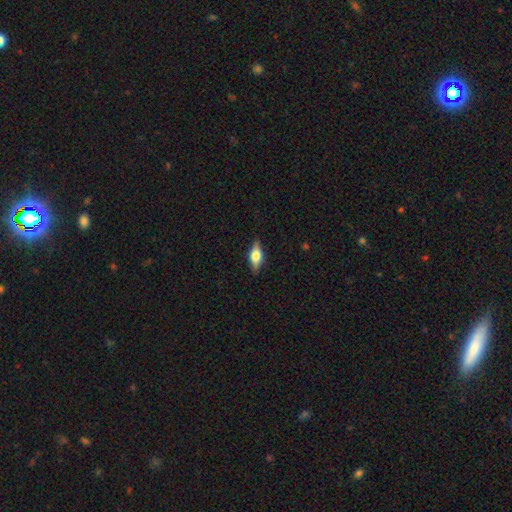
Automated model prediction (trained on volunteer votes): Smooth or featured? Predicted: smooth (p=0.51). How rounded? Predicted: in between (p=0.74). Merging? Predicted: none (p=0.85).